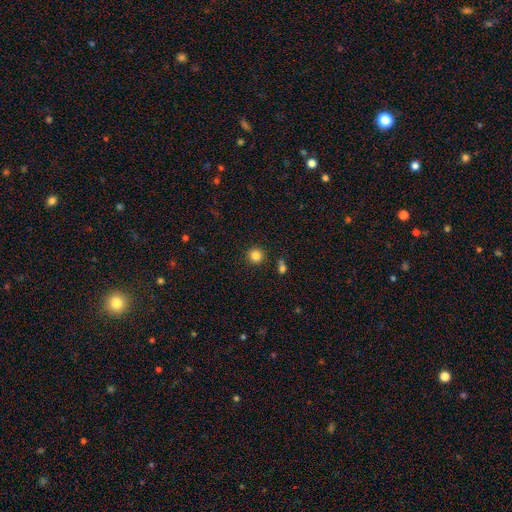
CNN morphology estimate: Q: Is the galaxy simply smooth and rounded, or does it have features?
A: smooth — 84%.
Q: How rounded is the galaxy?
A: round — 94%.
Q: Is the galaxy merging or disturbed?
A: none — 89%.